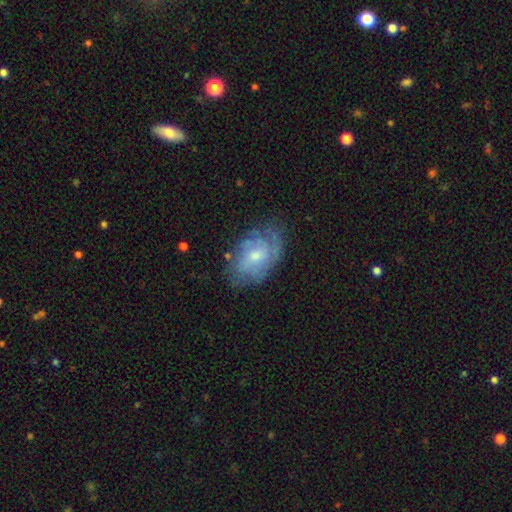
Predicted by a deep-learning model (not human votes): Morphology: type=featured or disk (69%); edge-on=no (96%); bar=no (59%); spiral arms=yes (83%); winding=tight (53%); arm count=can't tell (50%); bulge=small (51%); merging=none (66%).